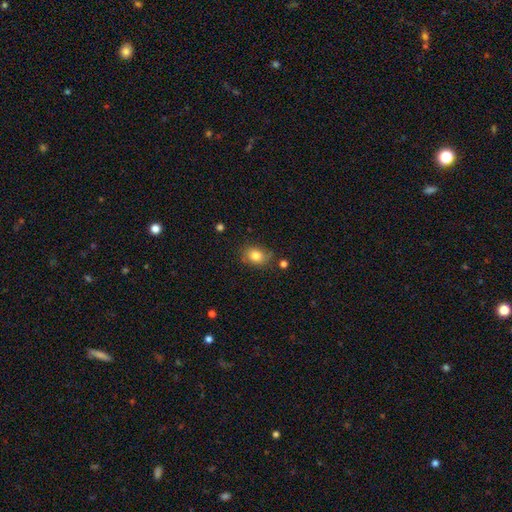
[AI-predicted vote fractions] Smooth or featured: smooth — 78% (featured or disk — 12%)
How rounded: in between — 60% (round — 38%)
Merging: none — 69% (minor disturbance — 22%)